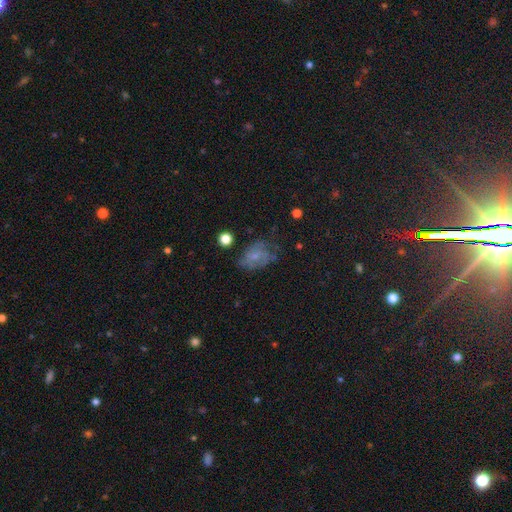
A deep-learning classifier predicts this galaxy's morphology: smooth_or_featured: featured or disk (p=0.49) [alt: smooth p=0.40]
merging: none (p=0.47) [alt: minor disturbance p=0.29]